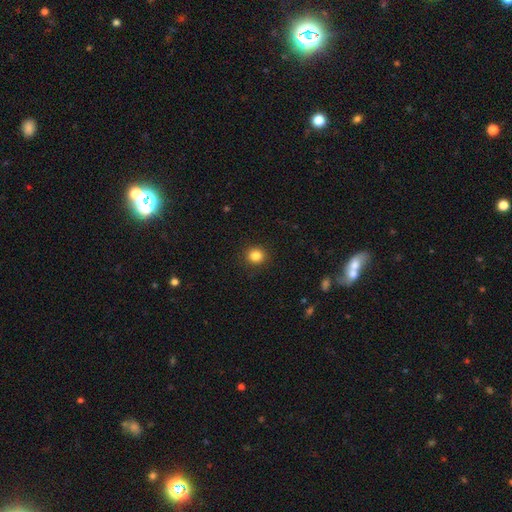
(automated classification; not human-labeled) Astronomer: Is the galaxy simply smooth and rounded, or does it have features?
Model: smooth — 85%.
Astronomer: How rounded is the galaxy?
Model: round — 88%.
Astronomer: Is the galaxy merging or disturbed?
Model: none — 91%.